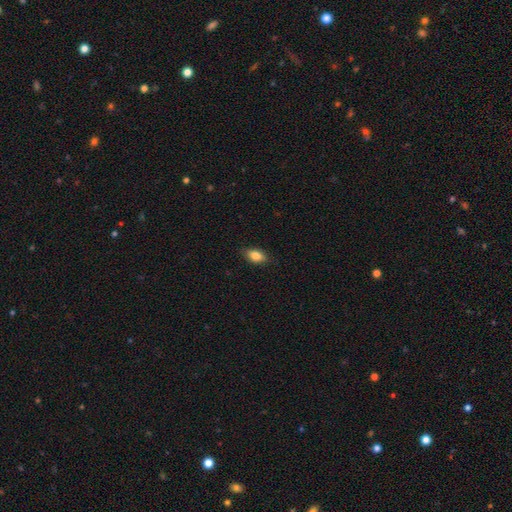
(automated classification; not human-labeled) Morphology: type=smooth (83%); roundness=in between (87%); merging=none (84%).